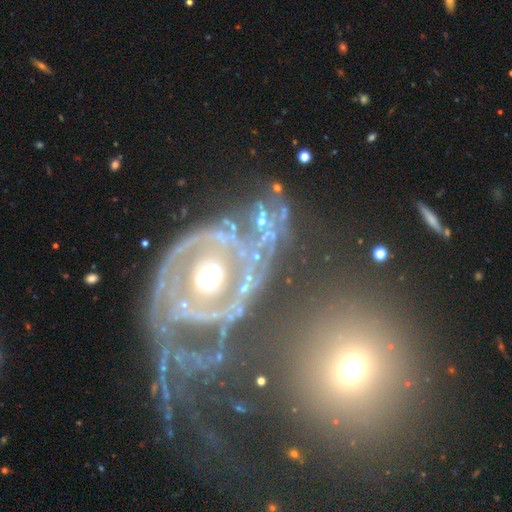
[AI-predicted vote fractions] The model was most divided on "merging": none: 49%, major disturbance: 26%, minor disturbance: 17%, merger: 8%. More confident: edge-on disk — no (96%); smooth or featured — featured or disk (70%); spiral arms — yes (67%); bar — no (62%); bulge size — moderate (61%).